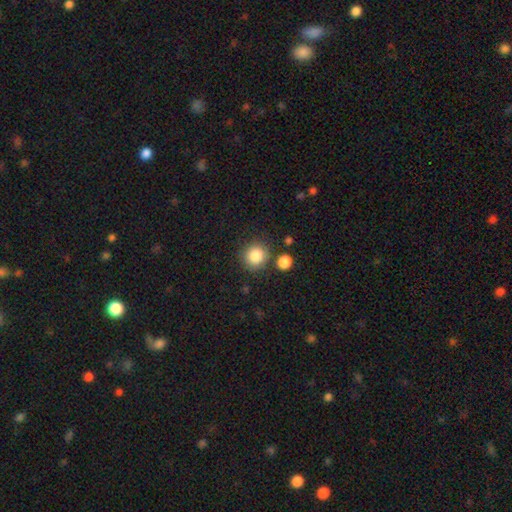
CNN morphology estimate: Smooth or featured?
  - smooth: 85% *
  - star or artifact: 10%
  - featured or disk: 5%
How rounded?
  - round: 90% *
  - in between: 9%
  - cigar-shaped: 1%
Merging?
  - none: 82% *
  - minor disturbance: 9%
  - merger: 6%
  - major disturbance: 3%